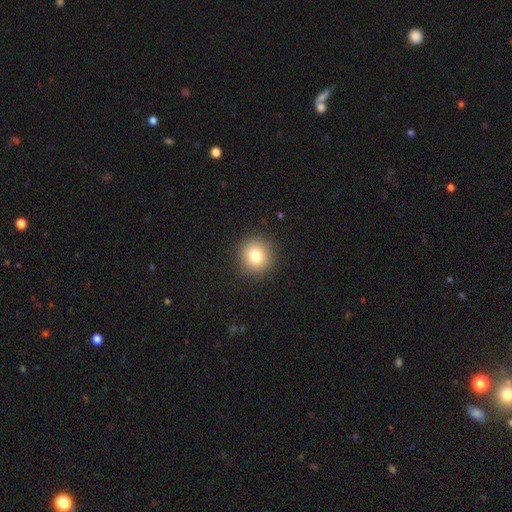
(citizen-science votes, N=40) Volunteers were most divided on "smooth or featured": smooth: 88%, star or artifact: 8%, featured or disk: 5%. More confident: how rounded — round (94%); merging — none (89%).